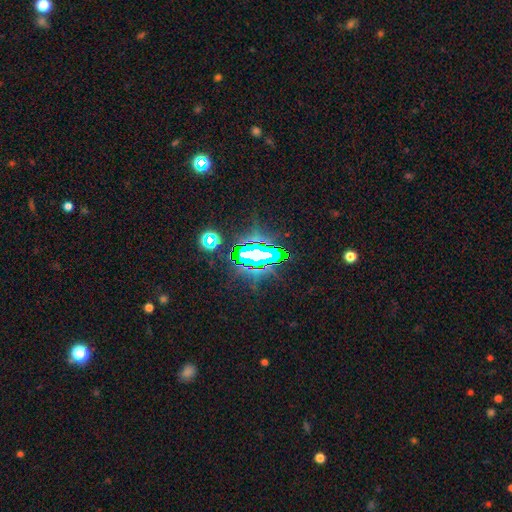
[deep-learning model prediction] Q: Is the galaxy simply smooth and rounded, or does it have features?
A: star or artifact — 72%.